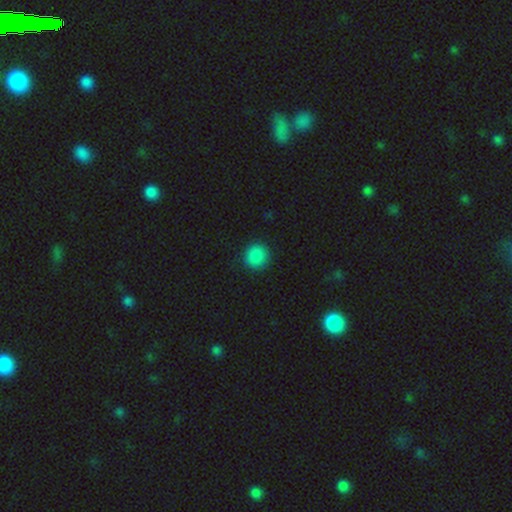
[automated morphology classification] smooth 87%, star or artifact 10%, featured or disk 3%. Down the decision tree: how rounded — round (92%); merging — none (91%).